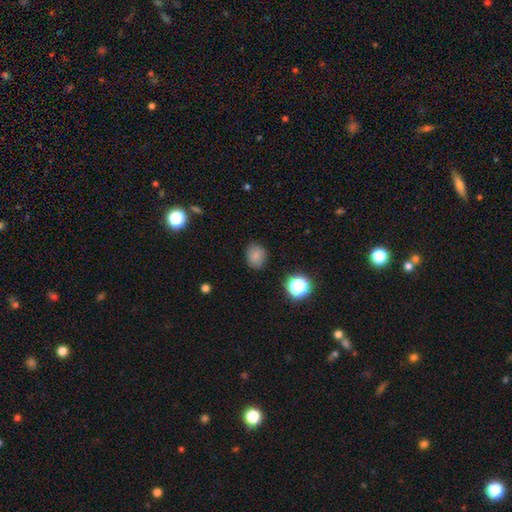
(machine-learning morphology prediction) smooth-or-featured: smooth: 81% | star or artifact: 13% | featured or disk: 6%
  how-rounded: round: 61% | in between: 38% | cigar-shaped: 1%
  merging: none: 83% | minor disturbance: 12% | major disturbance: 3% | merger: 2%